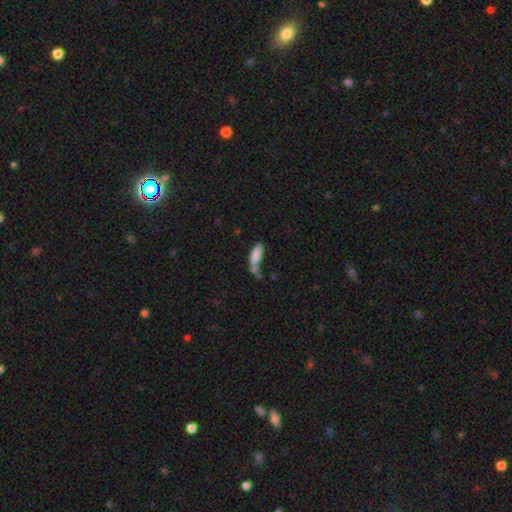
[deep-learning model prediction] Q: Smooth or featured?
A: smooth (83%); runner-up: featured or disk (9%)
Q: How rounded?
A: in between (64%); runner-up: cigar-shaped (34%)
Q: Merging?
A: none (39%); runner-up: merger (26%)